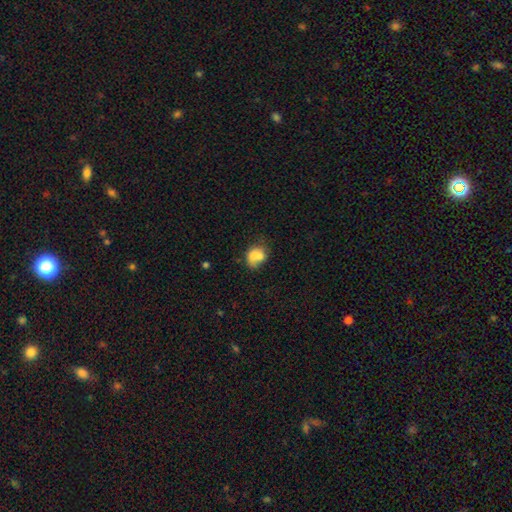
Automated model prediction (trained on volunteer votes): The model was most divided on "how rounded": in between: 51%, round: 48%, cigar-shaped: 1%. Remaining: smooth or featured — smooth (69%); merging — merger (48%).